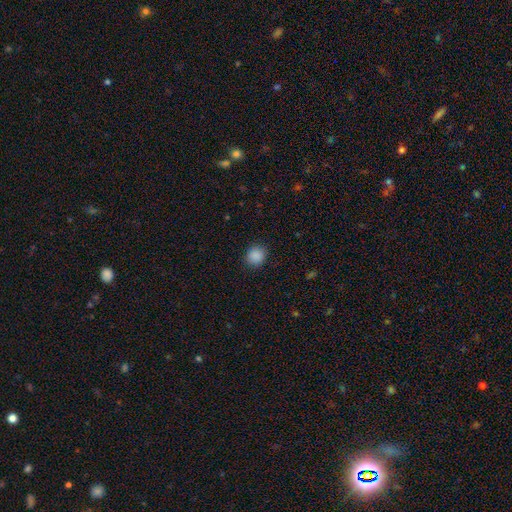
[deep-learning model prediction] Smooth or featured: smooth — 88% (star or artifact — 10%)
How rounded: round — 82% (in between — 17%)
Merging: none — 89% (minor disturbance — 8%)